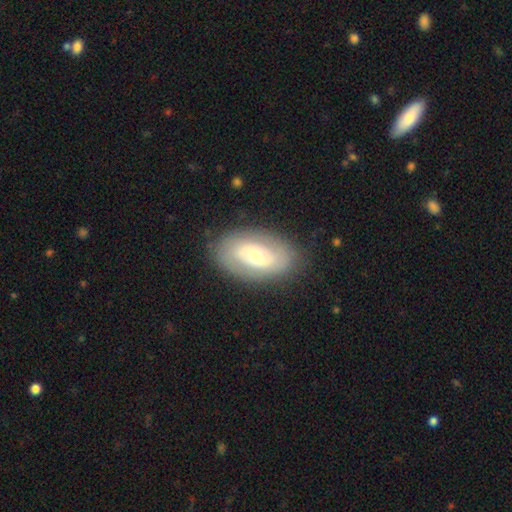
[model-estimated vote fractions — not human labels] featured or disk 61%, smooth 32%, star or artifact 6%. Down the decision tree: edge-on disk — no (93%); bar — no (53%); spiral arms — yes (62%); bulge size — moderate (59%); merging — none (82%).